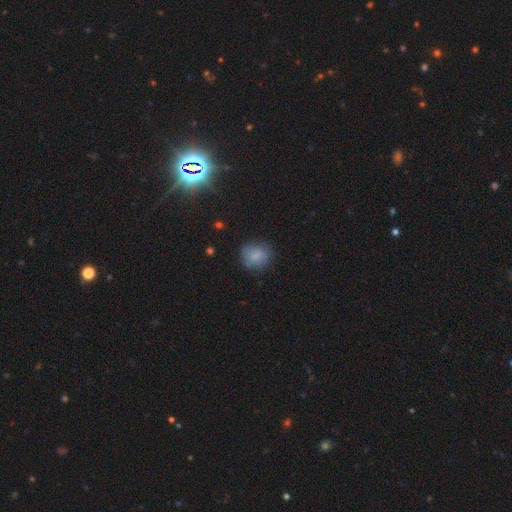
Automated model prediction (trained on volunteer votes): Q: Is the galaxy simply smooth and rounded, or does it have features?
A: smooth — 83%.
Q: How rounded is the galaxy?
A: round — 77%.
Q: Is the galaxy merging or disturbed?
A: none — 76%.